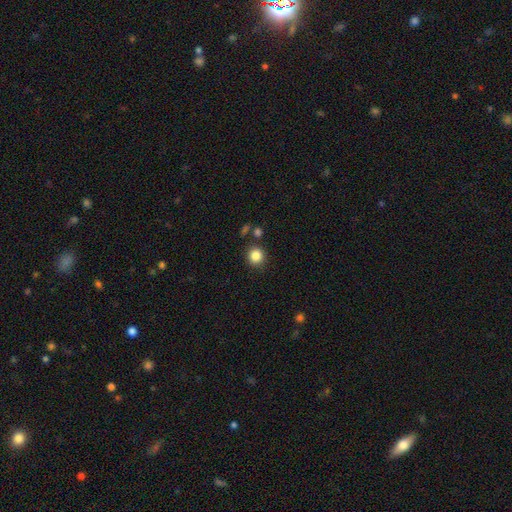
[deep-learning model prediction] Q: Smooth or featured?
A: smooth (85%); runner-up: star or artifact (11%)
Q: How rounded?
A: round (91%); runner-up: in between (8%)
Q: Merging?
A: none (85%); runner-up: minor disturbance (7%)